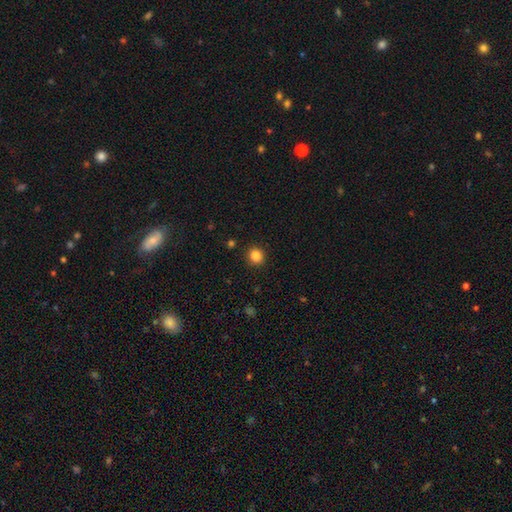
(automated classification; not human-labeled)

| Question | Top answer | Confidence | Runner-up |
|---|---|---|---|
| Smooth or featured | smooth | 86% | star or artifact (11%) |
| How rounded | round | 82% | in between (17%) |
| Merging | none | 90% | minor disturbance (6%) |